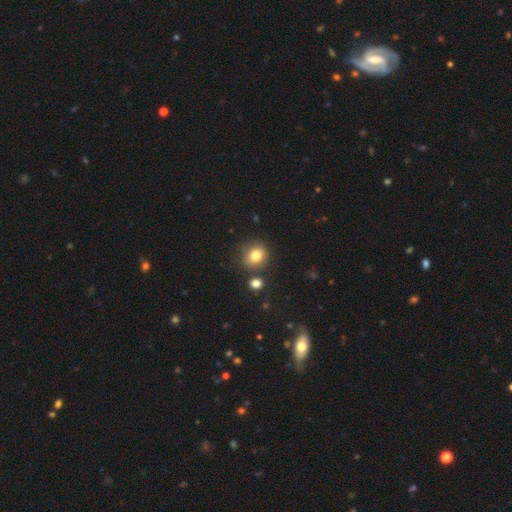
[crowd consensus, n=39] smooth 92%, star or artifact 5%, featured or disk 3%. Down the decision tree: how rounded — round (81%); merging — none (78%).